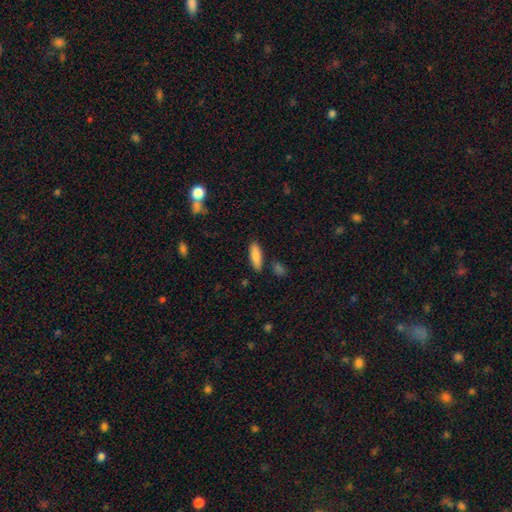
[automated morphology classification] Overall: smooth (81%). How rounded: in between (55%; cigar-shaped 43%). Merging: none (83%).